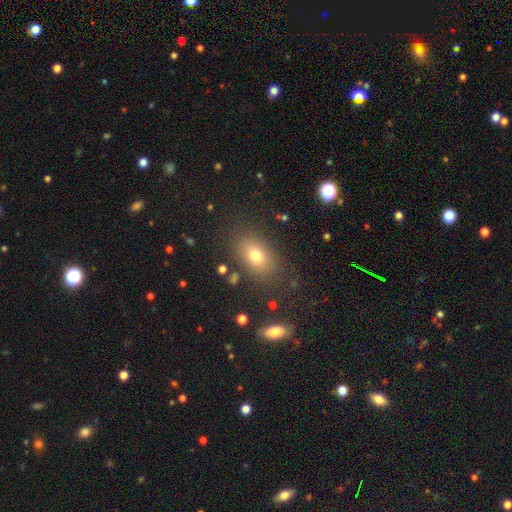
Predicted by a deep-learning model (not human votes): Smooth or featured?
  - smooth: 74% *
  - star or artifact: 13%
  - featured or disk: 12%
How rounded?
  - in between: 78% *
  - round: 20%
  - cigar-shaped: 2%
Merging?
  - none: 82% *
  - minor disturbance: 11%
  - major disturbance: 5%
  - merger: 3%